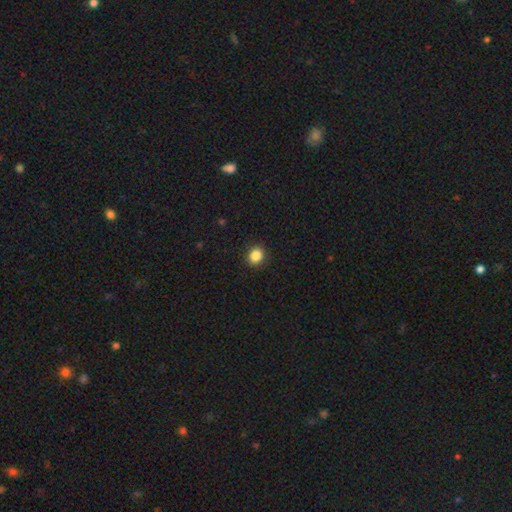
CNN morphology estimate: A smooth galaxy with no disk features (86%) that is round (65%).

Vote fractions:
- Smooth or featured? smooth: 86% / star or artifact: 10% / featured or disk: 4%
- How rounded? round: 65% / in between: 34% / cigar-shaped: 1%
- Merging? none: 91% / minor disturbance: 7% / major disturbance: 2% / merger: 1%